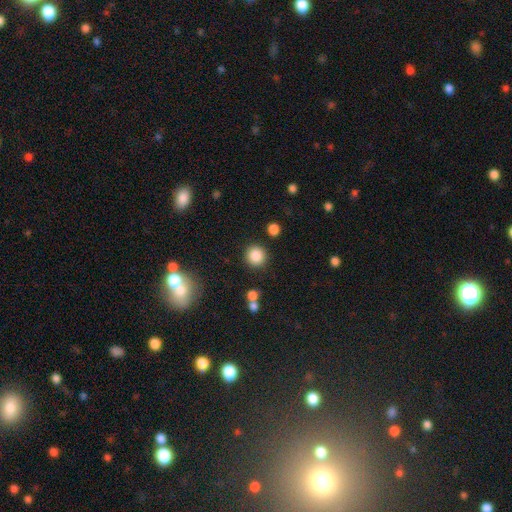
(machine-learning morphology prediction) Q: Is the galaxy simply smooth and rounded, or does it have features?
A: smooth — 85%.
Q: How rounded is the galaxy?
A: round — 92%.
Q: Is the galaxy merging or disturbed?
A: none — 87%.